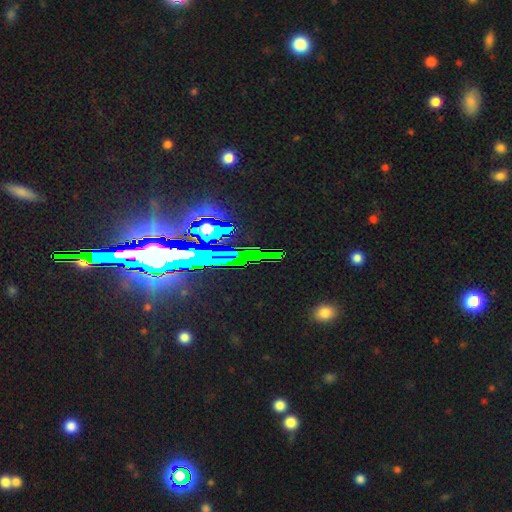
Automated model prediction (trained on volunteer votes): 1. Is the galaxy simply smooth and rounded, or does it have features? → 78% star or artifact, 11% featured or disk, 10% smooth.